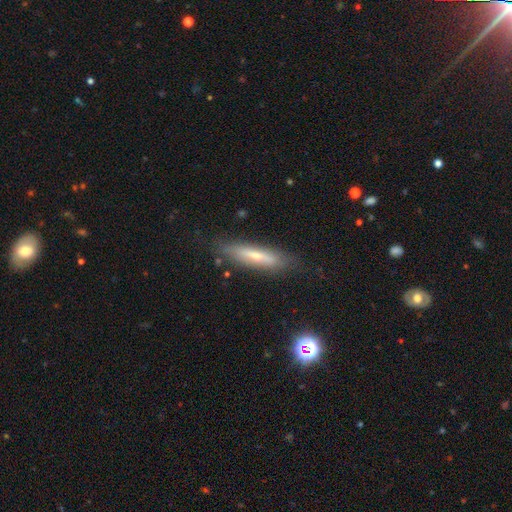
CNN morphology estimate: This is possibly a smooth galaxy (47%). Merging: likely none (80%).